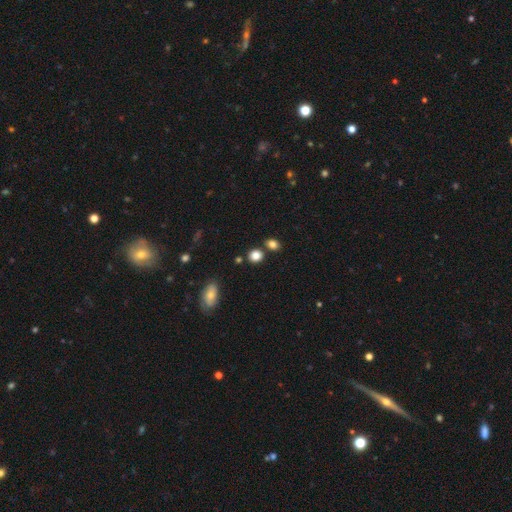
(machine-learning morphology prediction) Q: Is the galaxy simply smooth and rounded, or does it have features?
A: smooth — 84%.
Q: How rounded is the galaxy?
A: round — 74%.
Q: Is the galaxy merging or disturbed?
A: none — 74%.